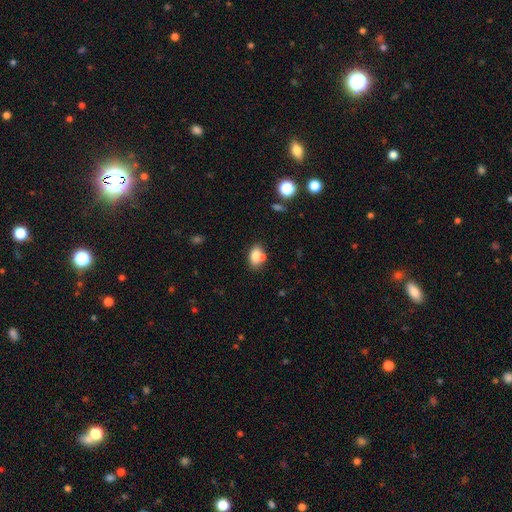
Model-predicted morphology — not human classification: smooth 77%, featured or disk 13%, star or artifact 10%. Down the decision tree: how rounded — in between (82%); merging — none (54%).